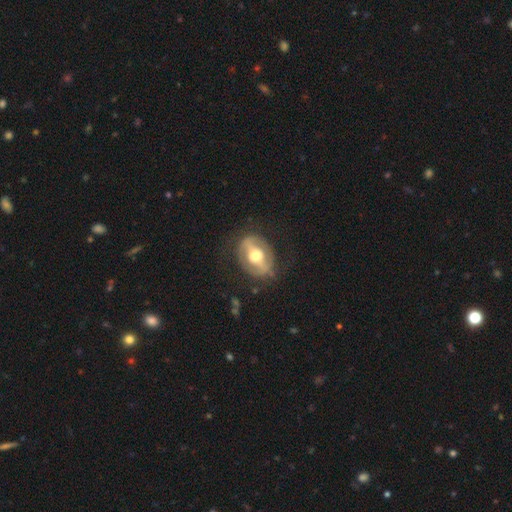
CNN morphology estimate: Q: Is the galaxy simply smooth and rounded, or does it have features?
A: featured or disk — 64%.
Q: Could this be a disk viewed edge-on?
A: no — 88%.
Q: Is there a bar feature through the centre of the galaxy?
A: strong — 46%.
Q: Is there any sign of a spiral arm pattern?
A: no — 70%.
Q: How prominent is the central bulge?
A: moderate — 62%.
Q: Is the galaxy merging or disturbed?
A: none — 74%.